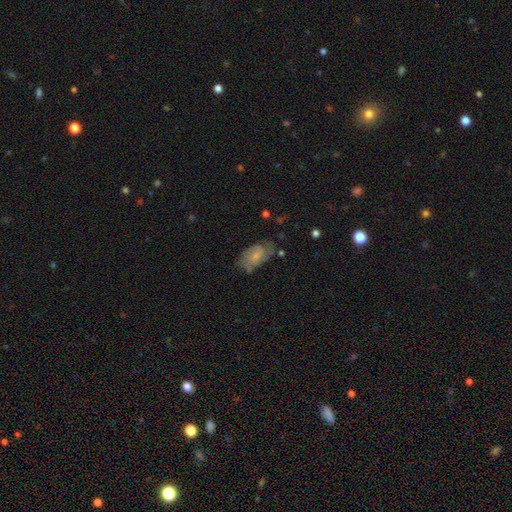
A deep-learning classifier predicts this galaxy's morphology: The model was most divided on "smooth or featured": smooth: 51%, featured or disk: 42%, star or artifact: 8%. More confident: how rounded — in between (92%); merging — none (56%).